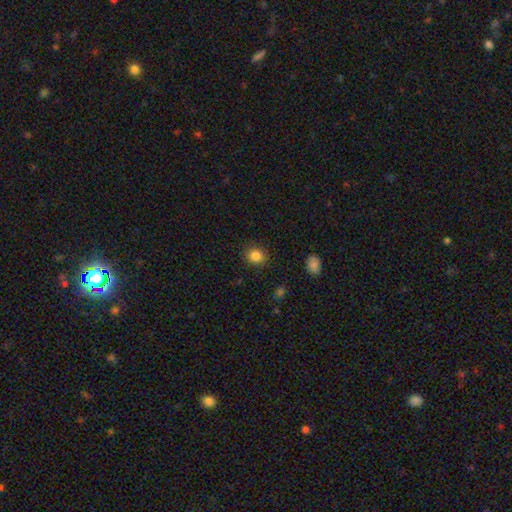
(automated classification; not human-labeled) Smooth or featured? Predicted: smooth (p=0.84). How rounded? Predicted: round (p=0.78). Merging? Predicted: none (p=0.89).